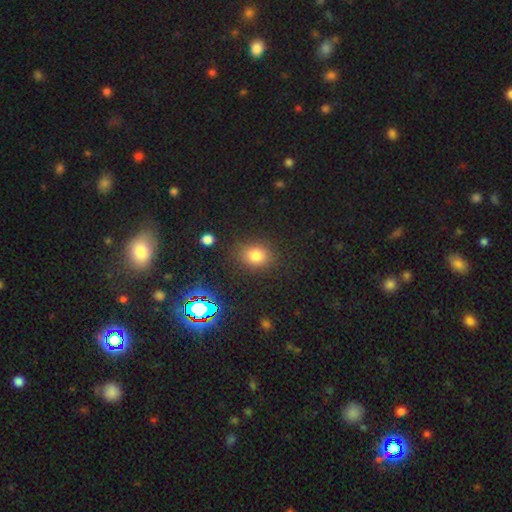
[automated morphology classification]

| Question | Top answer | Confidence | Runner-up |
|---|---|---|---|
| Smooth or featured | smooth | 76% | star or artifact (17%) |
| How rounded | in between | 51% | round (48%) |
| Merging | none | 83% | minor disturbance (10%) |